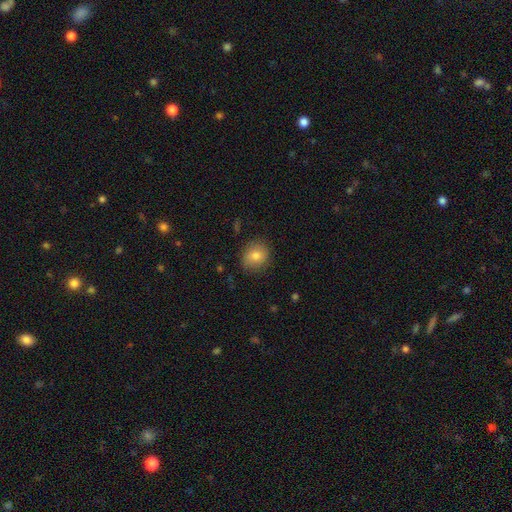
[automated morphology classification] smooth 79%, featured or disk 11%, star or artifact 10%. Down the decision tree: how rounded — round (78%); merging — none (83%).